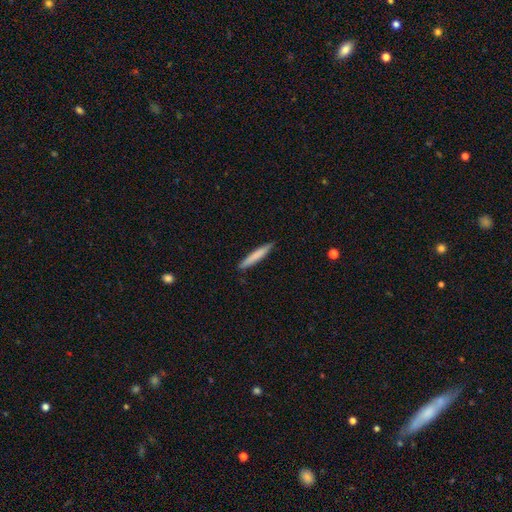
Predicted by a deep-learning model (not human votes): Smooth or featured? smooth (77%)
How rounded? cigar-shaped (95%)
Merging? none (89%)